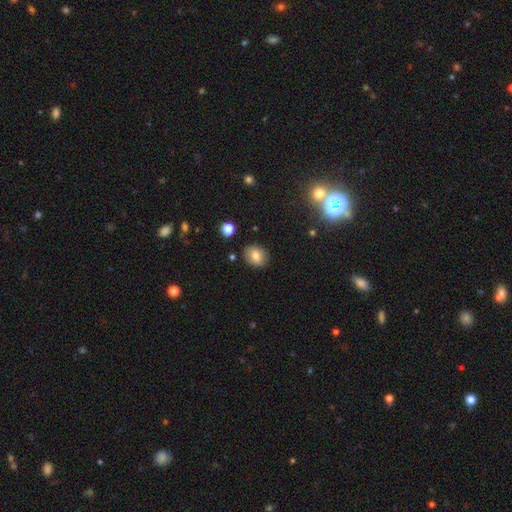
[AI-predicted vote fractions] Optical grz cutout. It shows a smooth galaxy with no disk features (78%) that is round (51%). Merging: none (85%).